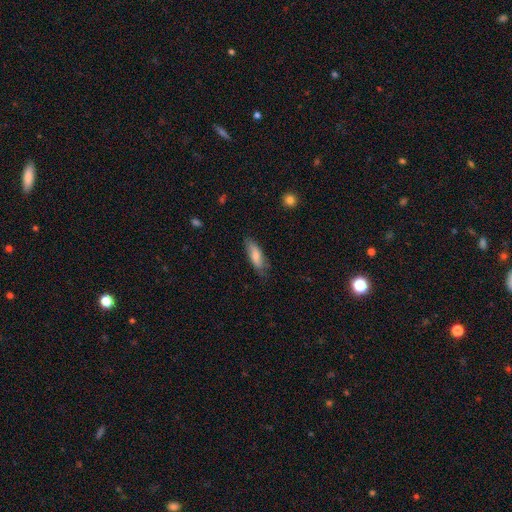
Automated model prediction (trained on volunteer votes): Smooth or featured? smooth (77%)
How rounded? in between (59%)
Merging? none (73%)